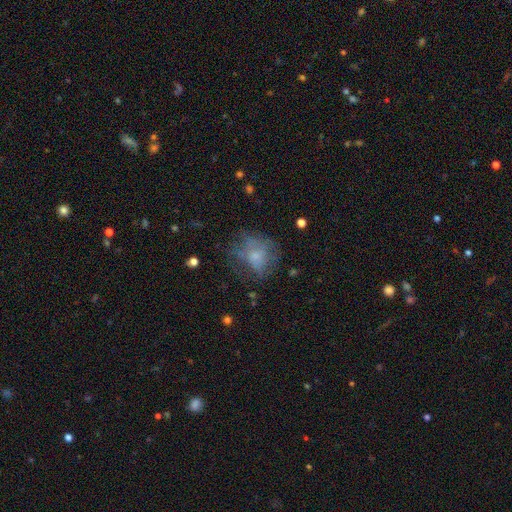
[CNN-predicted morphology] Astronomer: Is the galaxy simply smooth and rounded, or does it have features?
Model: smooth — 53% (runner-up: featured or disk, 34%).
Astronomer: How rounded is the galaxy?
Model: round — 68%.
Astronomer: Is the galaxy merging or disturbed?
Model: none — 51%.